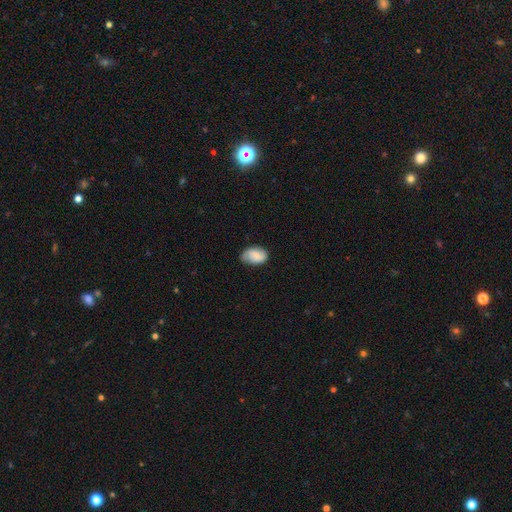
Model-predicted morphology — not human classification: A smooth galaxy with no disk features (78%) that is in between round and cigar-shaped (89%).

Vote fractions:
- Smooth or featured? smooth: 78% / featured or disk: 15% / star or artifact: 7%
- How rounded? in between: 89% / round: 9% / cigar-shaped: 1%
- Merging? none: 68% / minor disturbance: 26% / major disturbance: 5% / merger: 1%